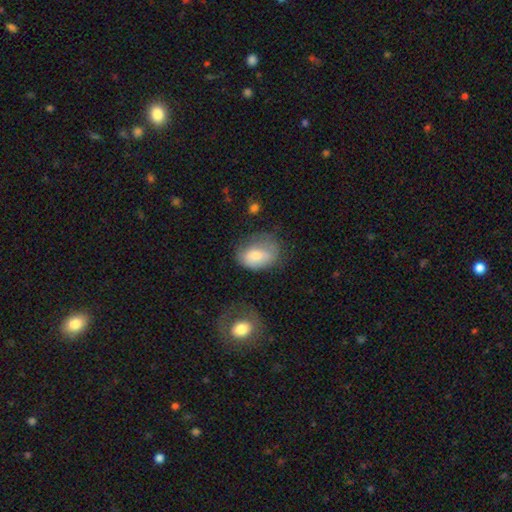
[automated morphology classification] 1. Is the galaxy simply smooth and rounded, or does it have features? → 71% smooth, 21% featured or disk, 8% star or artifact.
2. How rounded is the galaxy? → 76% in between, 22% round, 1% cigar-shaped.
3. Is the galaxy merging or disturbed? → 46% none, 31% minor disturbance, 19% major disturbance, 3% merger.